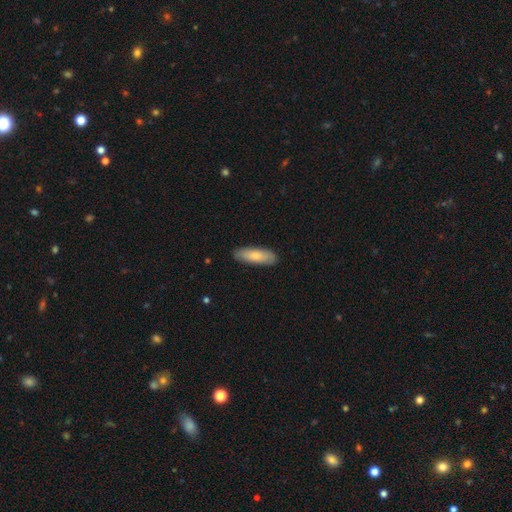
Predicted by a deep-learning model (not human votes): Morphology: type=smooth (77%); roundness=in between (57%); merging=none (86%).